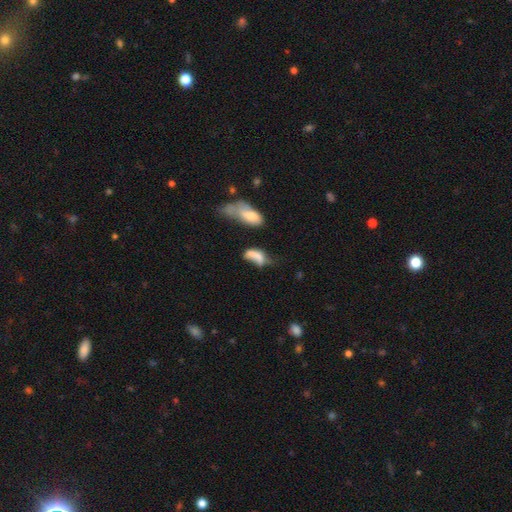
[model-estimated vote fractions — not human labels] This is likely a smooth galaxy (65%). How rounded: clearly in between (81%). Merging: marginally major disturbance (32%).